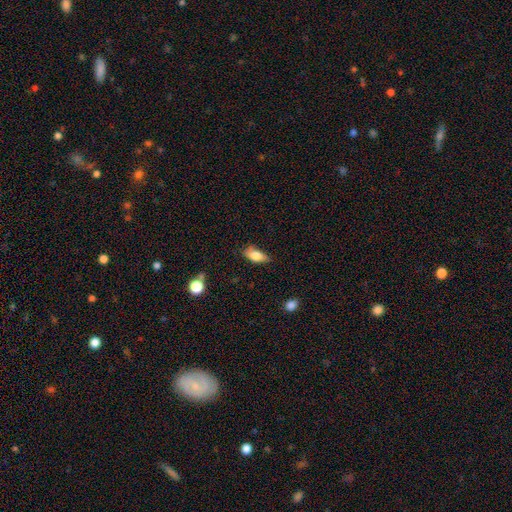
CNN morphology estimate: This appears to be a smooth galaxy with no disk features (75%) that is in between round and cigar-shaped (82%). Merging: none (69%).